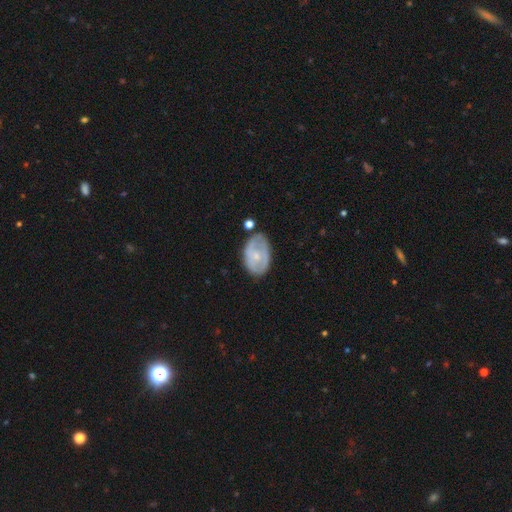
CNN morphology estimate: Smooth or featured?
  - featured or disk: 55% *
  - smooth: 39%
  - star or artifact: 6%
Edge-on disk?
  - no: 95% *
  - yes: 5%
Bar?
  - no: 72% *
  - weak: 23%
  - strong: 5%
Spiral arms?
  - yes: 56% *
  - no: 44%
Bulge size?
  - small: 68% *
  - moderate: 26%
  - none: 4%
  - large: 1%
  - dominant: 1%
Merging?
  - none: 59% *
  - minor disturbance: 27%
  - major disturbance: 9%
  - merger: 5%